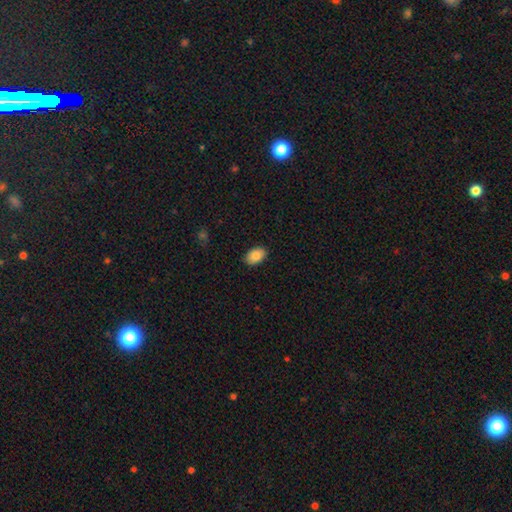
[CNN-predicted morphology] type=smooth (88%); roundness=in between (90%); merging=none (88%).